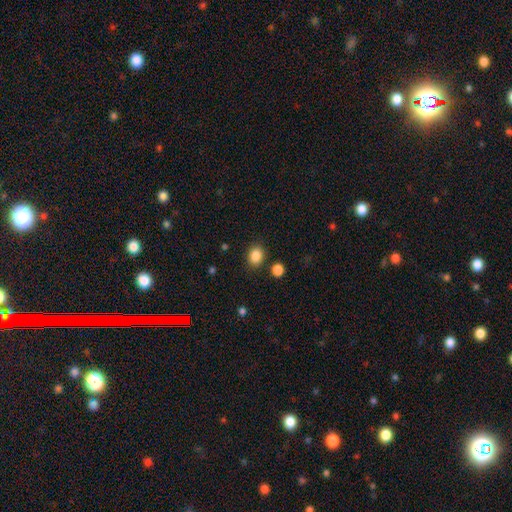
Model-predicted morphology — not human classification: type=smooth (86%); roundness=round (51%); merging=none (85%).